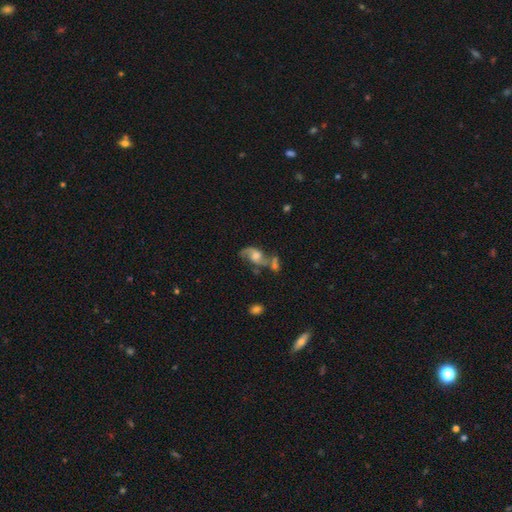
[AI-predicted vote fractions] Q: Smooth or featured?
A: featured or disk (78%); runner-up: smooth (14%)
Q: Edge-on disk?
A: no (96%); runner-up: yes (4%)
Q: Bar?
A: no (60%); runner-up: weak (34%)
Q: Spiral arms?
A: yes (93%); runner-up: no (7%)
Q: Spiral winding?
A: loose (61%); runner-up: medium (32%)
Q: Spiral arm count?
A: 2 (89%); runner-up: 1 (4%)
Q: Bulge size?
A: moderate (47%); runner-up: large (24%)
Q: Merging?
A: none (44%); runner-up: merger (24%)